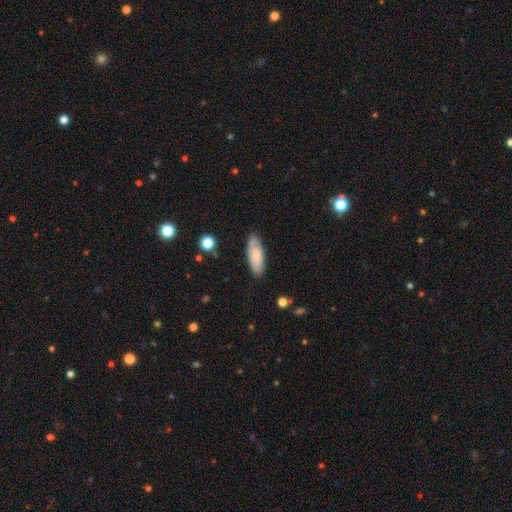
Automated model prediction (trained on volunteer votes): Smooth or featured?
  - smooth: 71% *
  - featured or disk: 23%
  - star or artifact: 6%
How rounded?
  - in between: 70% *
  - cigar-shaped: 28%
  - round: 2%
Merging?
  - none: 78% *
  - minor disturbance: 17%
  - major disturbance: 3%
  - merger: 2%